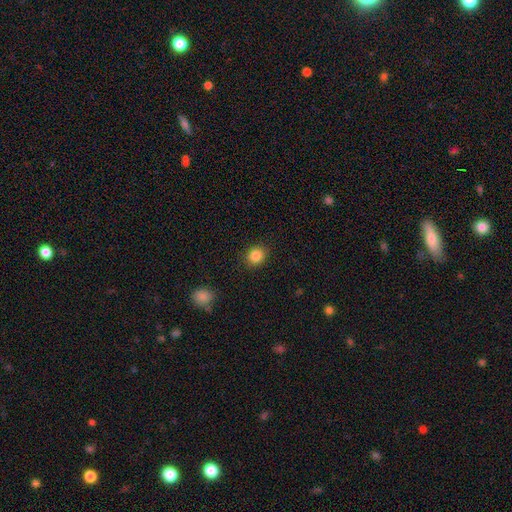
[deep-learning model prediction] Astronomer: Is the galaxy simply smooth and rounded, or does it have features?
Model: smooth — 85%.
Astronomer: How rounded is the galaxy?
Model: round — 69%.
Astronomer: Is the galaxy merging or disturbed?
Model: none — 88%.